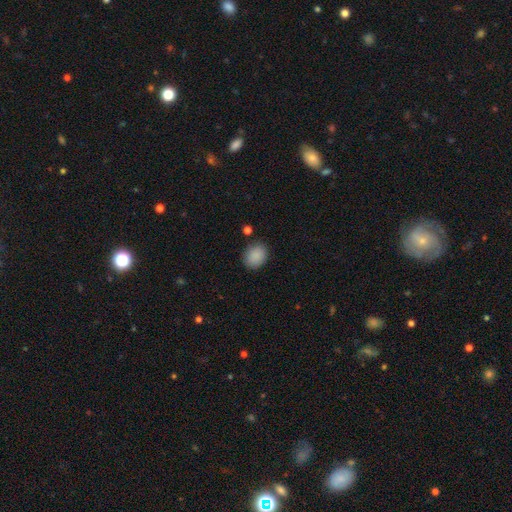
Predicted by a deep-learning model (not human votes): smooth_or_featured: smooth (p=0.89) [alt: star or artifact p=0.08]
how_rounded: in between (p=0.50) [alt: round p=0.49]
merging: none (p=0.83) [alt: minor disturbance p=0.12]